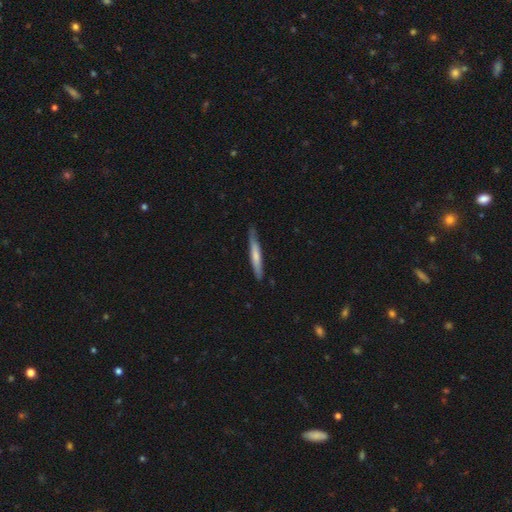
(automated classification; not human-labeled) smooth-or-featured: smooth: 61% | featured or disk: 34% | star or artifact: 5%
  how-rounded: cigar-shaped: 95% | in between: 4% | round: 1%
  merging: none: 79% | minor disturbance: 17% | major disturbance: 2% | merger: 1%